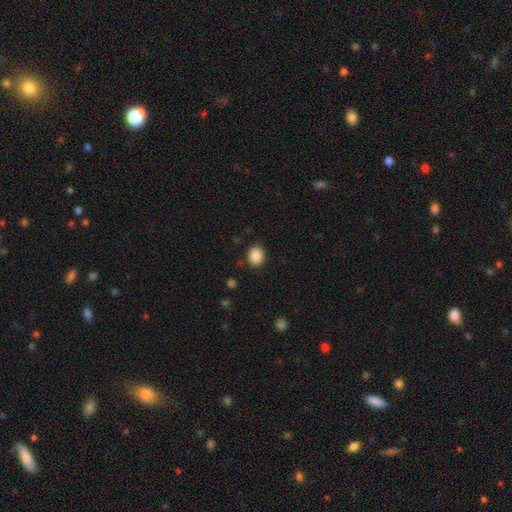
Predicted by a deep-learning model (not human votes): A smooth galaxy with no disk features (89%) that is in between round and cigar-shaped (53%). Merging: none (86%).